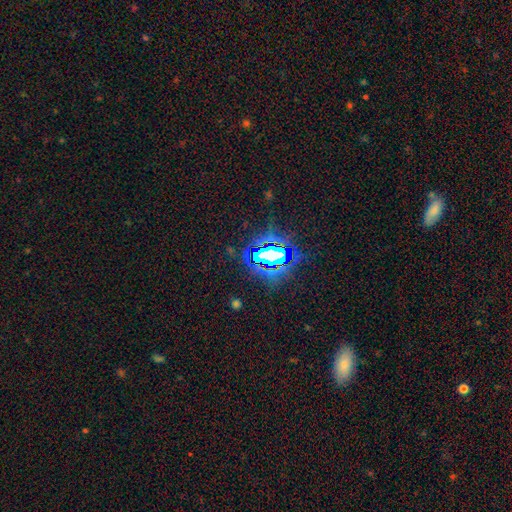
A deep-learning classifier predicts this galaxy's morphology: Smooth or featured? Predicted: star or artifact (p=0.76).